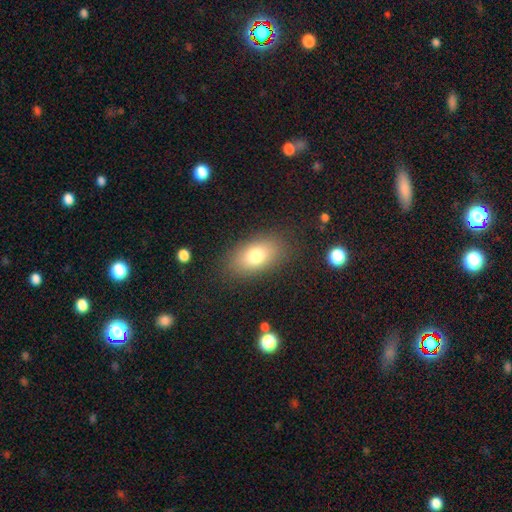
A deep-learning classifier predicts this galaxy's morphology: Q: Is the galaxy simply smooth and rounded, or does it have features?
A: smooth — 77%.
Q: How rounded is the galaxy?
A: in between — 88%.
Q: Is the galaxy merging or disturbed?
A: none — 83%.